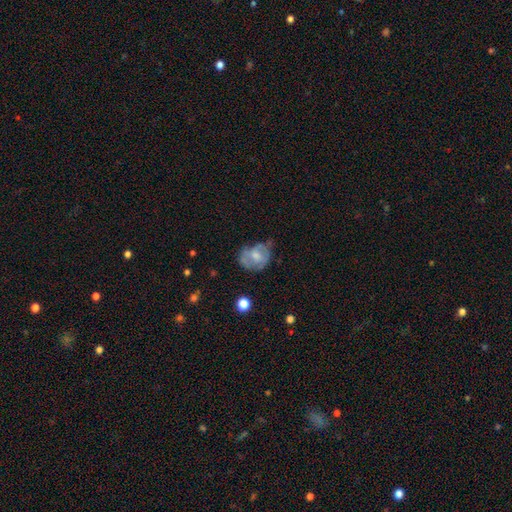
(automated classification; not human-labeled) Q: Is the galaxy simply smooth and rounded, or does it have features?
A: smooth — 47%.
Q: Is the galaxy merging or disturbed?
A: none — 42%.